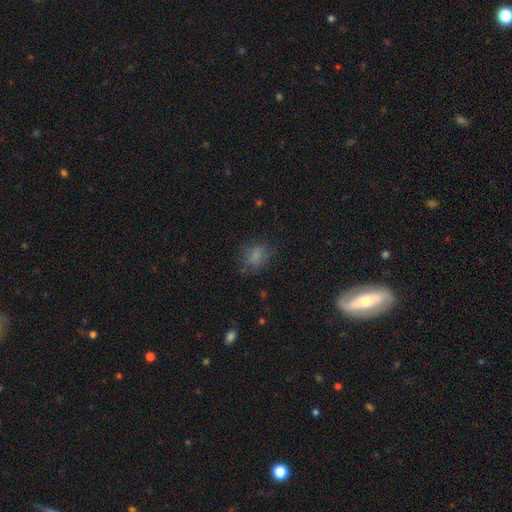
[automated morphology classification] Overall: smooth (75%). How rounded: in between (57%; round 41%). Merging: none (71%).